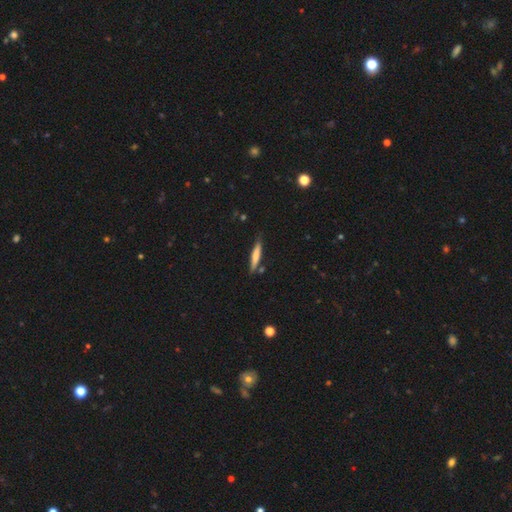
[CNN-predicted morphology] This appears to be a smooth galaxy with no disk features (67%) that is cigar-shaped (91%). Merging: none (80%).